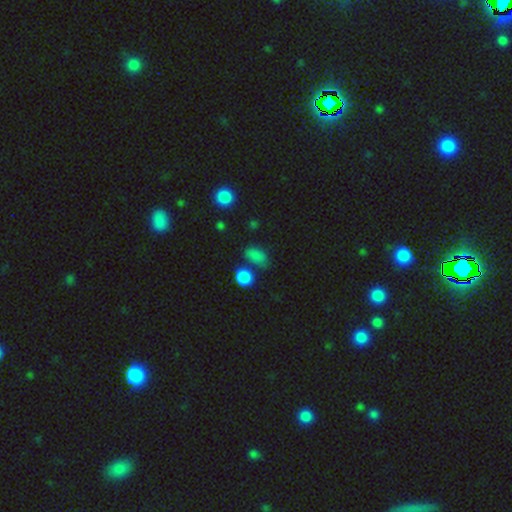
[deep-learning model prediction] The model was most divided on "merging": none: 55%, minor disturbance: 20%, merger: 17%, major disturbance: 8%. More confident: smooth or featured — smooth (78%); how rounded — in between (73%).